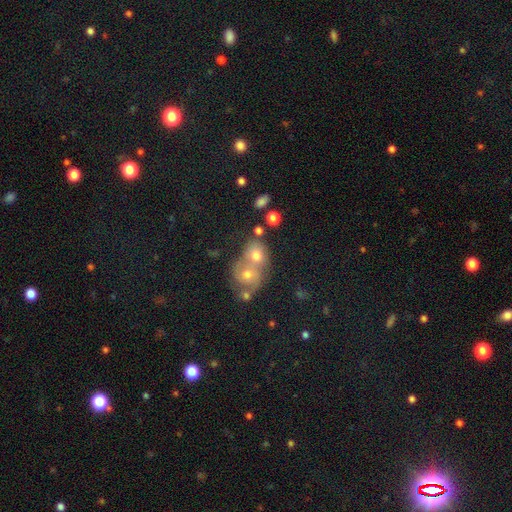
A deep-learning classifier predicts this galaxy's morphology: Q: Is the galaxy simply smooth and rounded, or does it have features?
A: smooth — 48%.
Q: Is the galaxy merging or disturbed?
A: merger — 55%.